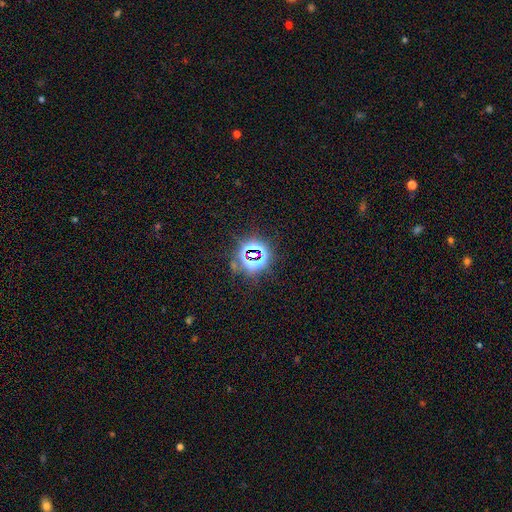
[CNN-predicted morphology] A star or artifact, not a galaxy (77%).